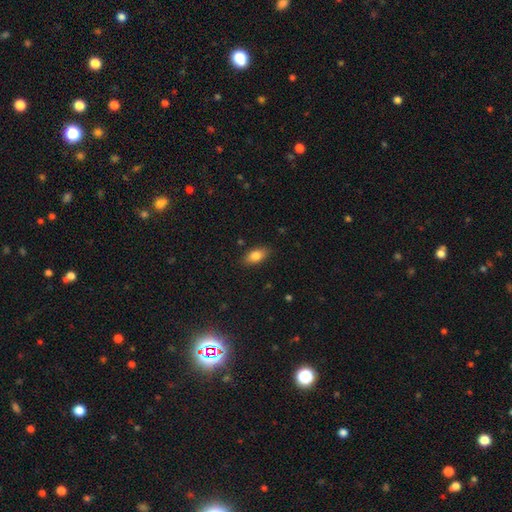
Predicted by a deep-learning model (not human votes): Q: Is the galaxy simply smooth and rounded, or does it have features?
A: smooth — 81%.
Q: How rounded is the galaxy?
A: in between — 88%.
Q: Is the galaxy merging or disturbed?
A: none — 86%.